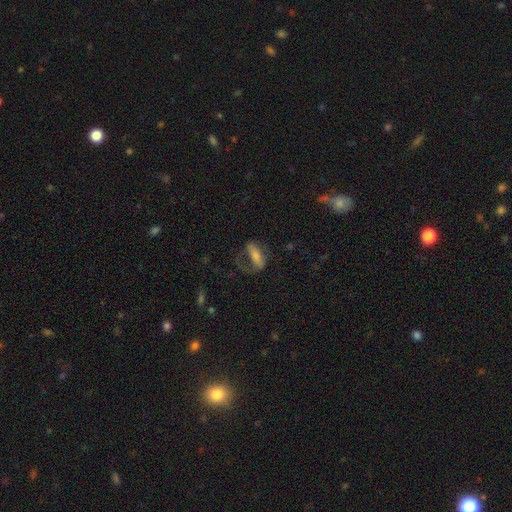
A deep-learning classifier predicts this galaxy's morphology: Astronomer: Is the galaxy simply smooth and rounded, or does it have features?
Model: featured or disk — 45% (runner-up: smooth, 44%).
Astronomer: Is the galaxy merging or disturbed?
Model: major disturbance — 40% (runner-up: none, 38%).